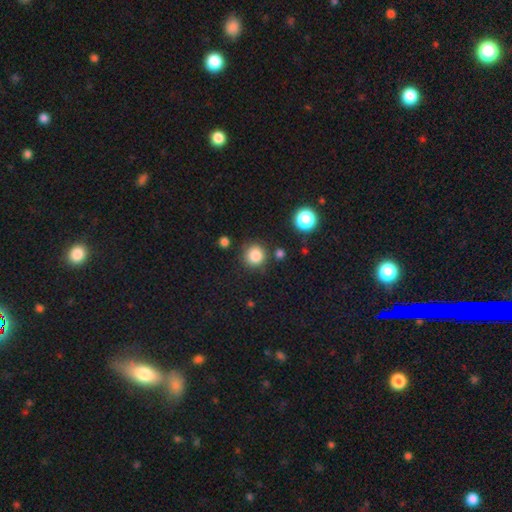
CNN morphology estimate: smooth_or_featured: smooth (p=0.84) [alt: star or artifact p=0.11]
how_rounded: round (p=0.91) [alt: in between p=0.08]
merging: none (p=0.83) [alt: minor disturbance p=0.10]